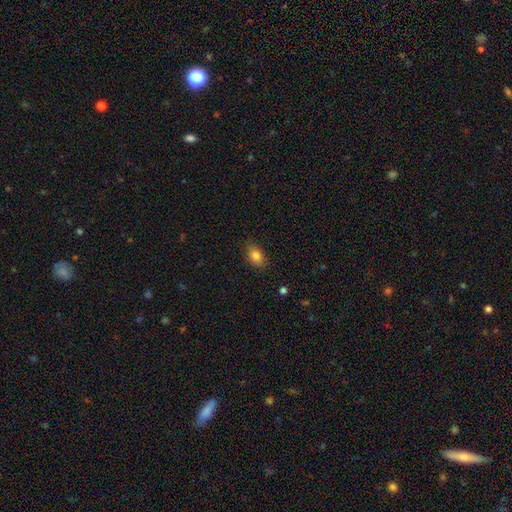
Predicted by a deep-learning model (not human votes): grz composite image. It shows a smooth galaxy with no disk features (84%) that is in between round and cigar-shaped (80%). Merging: none (81%).